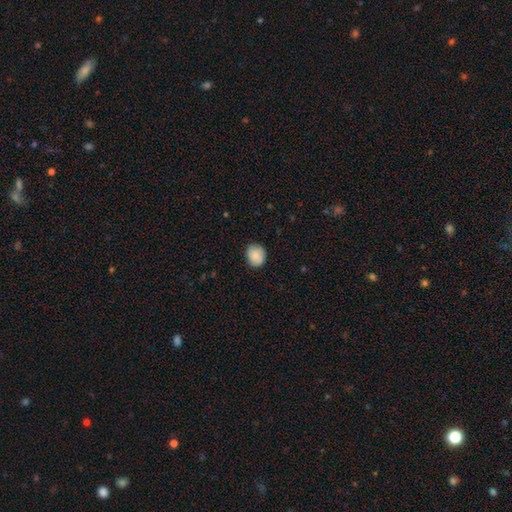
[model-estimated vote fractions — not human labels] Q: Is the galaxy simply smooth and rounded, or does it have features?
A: smooth — 85%.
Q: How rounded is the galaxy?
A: round — 66%.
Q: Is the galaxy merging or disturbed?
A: none — 81%.